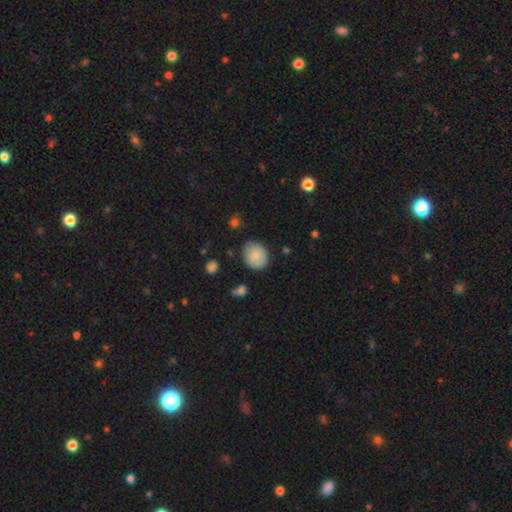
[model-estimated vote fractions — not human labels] This is clearly a smooth galaxy (81%). How rounded: likely round (68%). Merging: likely none (78%).